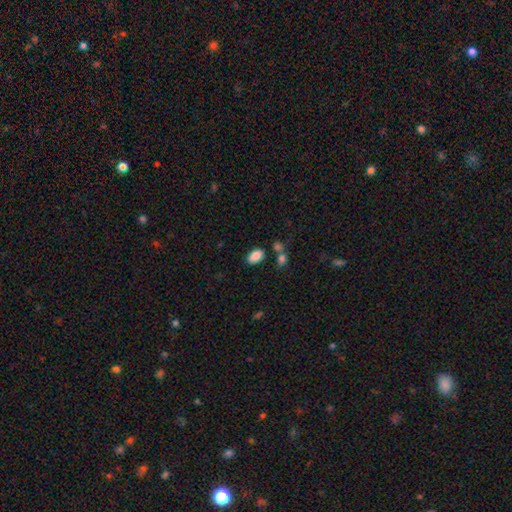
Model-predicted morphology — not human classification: Overall: smooth (86%). How rounded: in between (92%). Merging: none (72%).